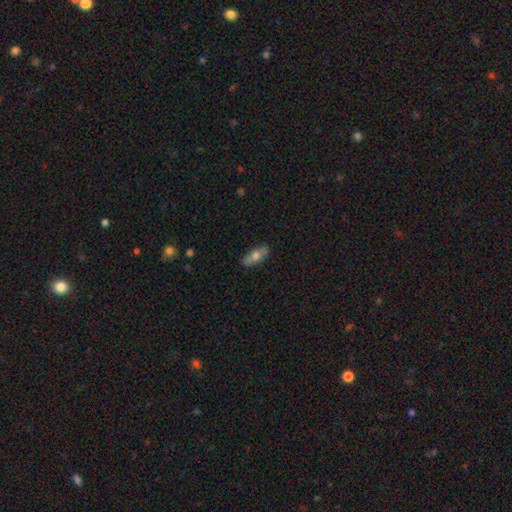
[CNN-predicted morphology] This is possibly a smooth galaxy (55%). How rounded: possibly in between (58%). Merging: clearly none (85%).